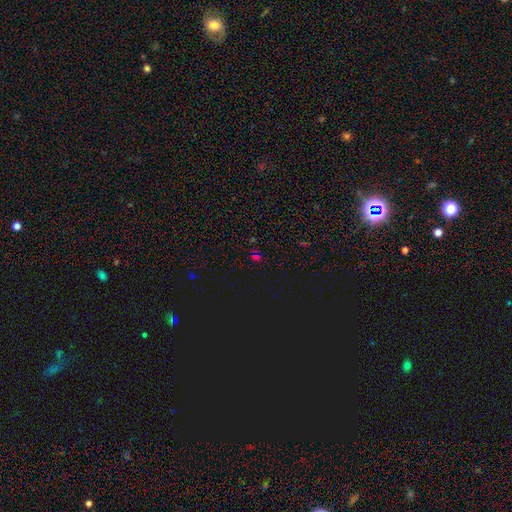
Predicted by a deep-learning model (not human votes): A star or artifact, not a galaxy (66%).